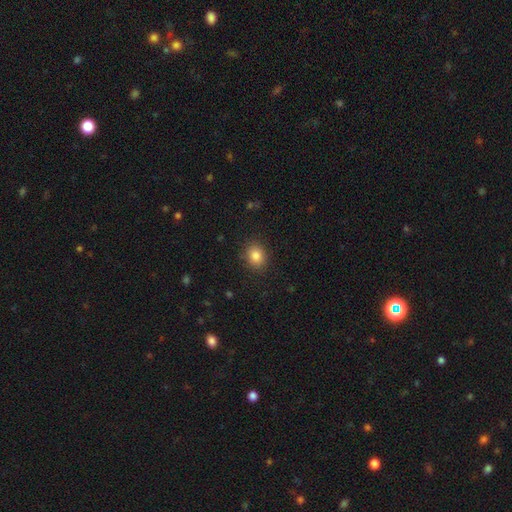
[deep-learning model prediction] smooth_or_featured: smooth (p=0.85) [alt: star or artifact p=0.10]
how_rounded: round (p=0.56) [alt: in between p=0.43]
merging: none (p=0.87) [alt: minor disturbance p=0.09]